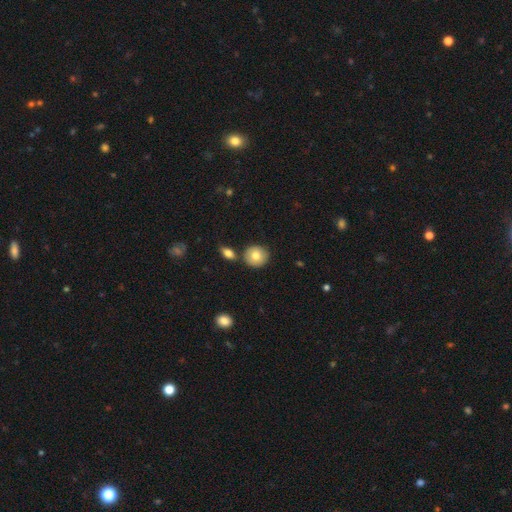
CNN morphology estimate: Smooth or featured?
  - smooth: 79% *
  - featured or disk: 13%
  - star or artifact: 8%
How rounded?
  - round: 87% *
  - in between: 12%
  - cigar-shaped: 1%
Merging?
  - none: 80% *
  - merger: 9%
  - minor disturbance: 9%
  - major disturbance: 2%